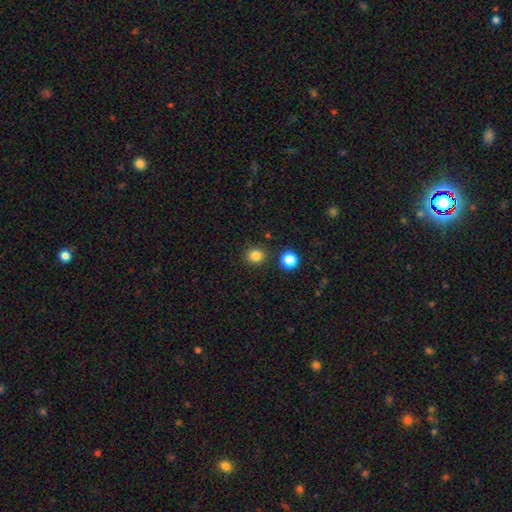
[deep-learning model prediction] This is clearly a smooth galaxy (83%). How rounded: clearly round (87%). Merging: clearly none (87%).